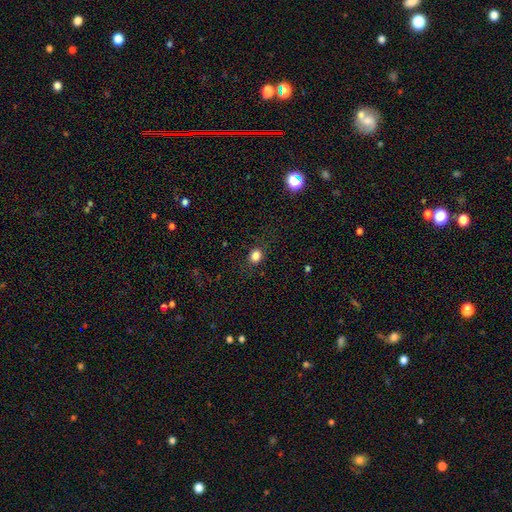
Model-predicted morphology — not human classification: smooth-or-featured: smooth: 82% | star or artifact: 13% | featured or disk: 5%
  how-rounded: round: 62% | in between: 36% | cigar-shaped: 1%
  merging: none: 84% | minor disturbance: 11% | major disturbance: 4% | merger: 1%